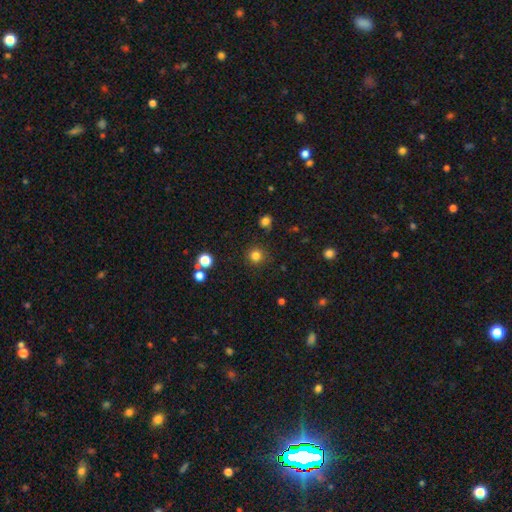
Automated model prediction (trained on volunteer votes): The model was most divided on "smooth or featured": smooth: 81%, star or artifact: 14%, featured or disk: 5%. More confident: how rounded — round (94%); merging — none (88%).